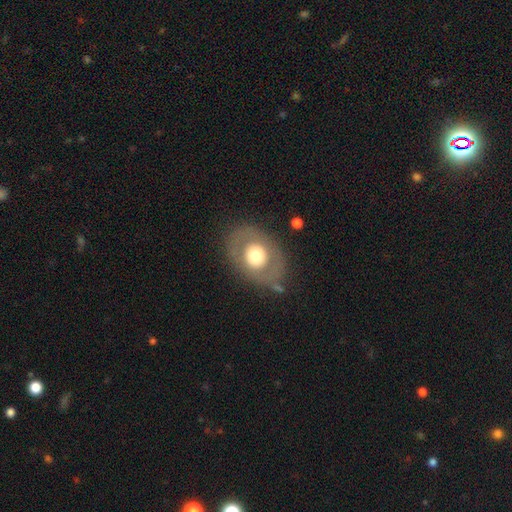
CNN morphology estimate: Smooth or featured: smooth — 52% (featured or disk — 41%)
How rounded: in between — 59% (round — 40%)
Merging: none — 75% (minor disturbance — 13%)